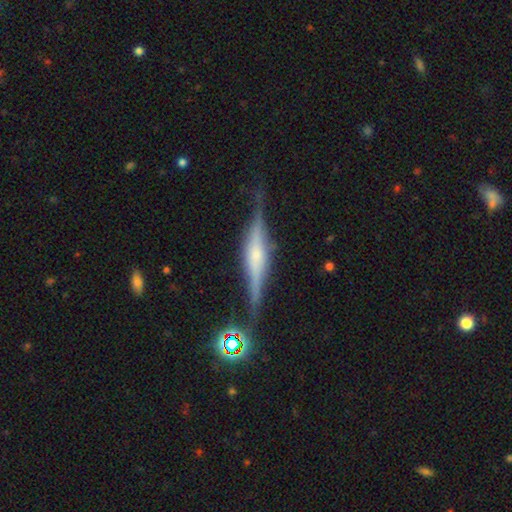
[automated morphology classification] A featured or disk galaxy (79%) viewed edge-on (97%) with a rounded central bulge (63%). Merging: none (80%).